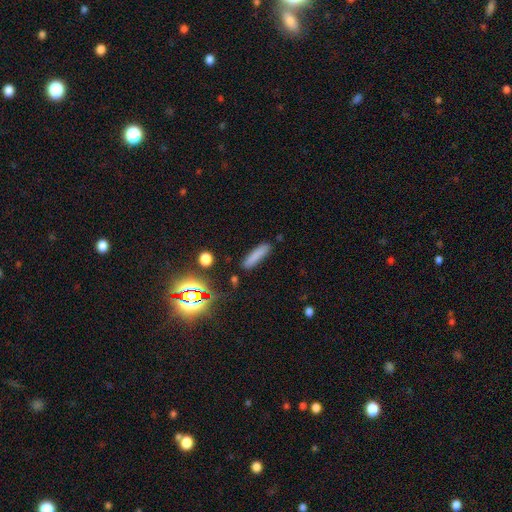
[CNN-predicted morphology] Overall: smooth (78%). How rounded: cigar-shaped (82%). Merging: none (86%).